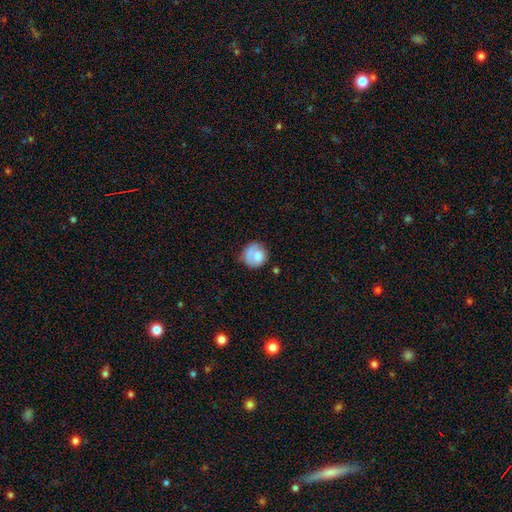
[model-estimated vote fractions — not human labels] This appears to be a smooth galaxy with no disk features (72%) that is round (85%). Merging: none (58%).